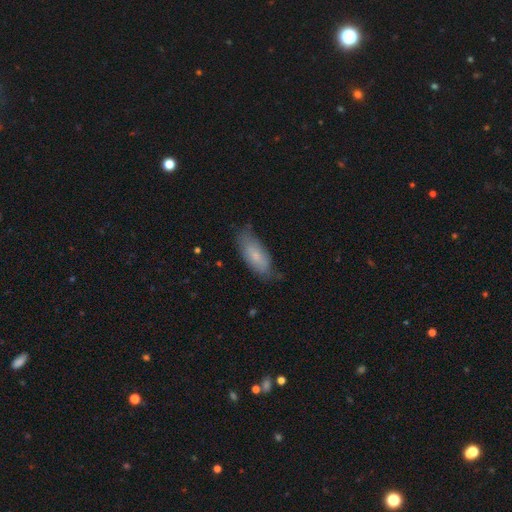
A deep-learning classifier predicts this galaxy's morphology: Q: Smooth or featured?
A: smooth (67%); runner-up: featured or disk (26%)
Q: How rounded?
A: in between (78%); runner-up: cigar-shaped (20%)
Q: Merging?
A: none (66%); runner-up: minor disturbance (27%)